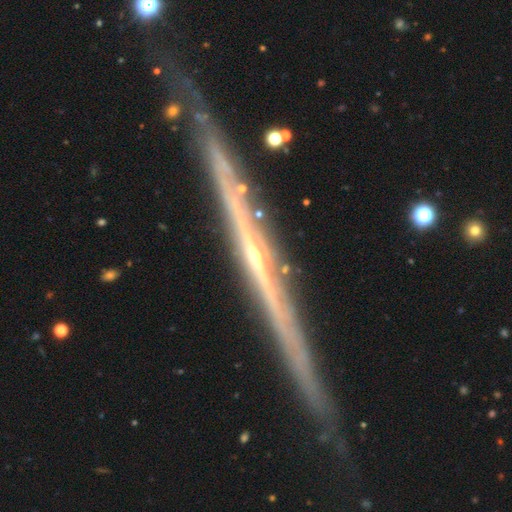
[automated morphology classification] type=featured or disk (84%); edge-on=yes (97%); edge-on bulge=none (54%); merging=none (85%).